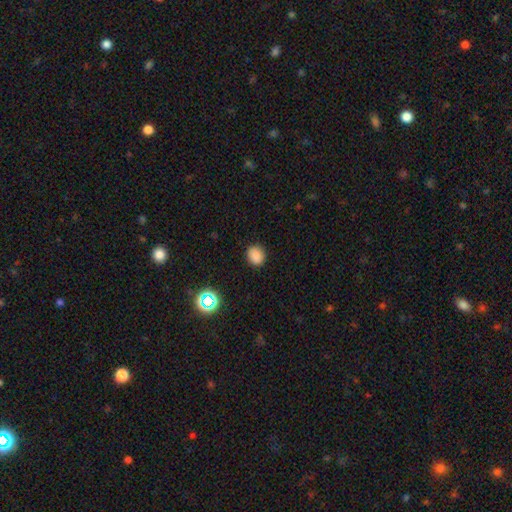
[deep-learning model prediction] This is clearly a smooth galaxy (82%). How rounded: likely round (74%). Merging: clearly none (87%).